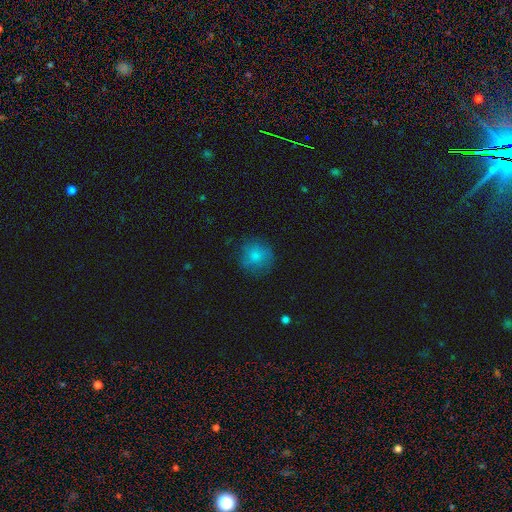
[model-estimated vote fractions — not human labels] smooth-or-featured: smooth: 79% | featured or disk: 12% | star or artifact: 9%
  how-rounded: round: 92% | in between: 7% | cigar-shaped: 1%
  merging: none: 79% | minor disturbance: 15% | major disturbance: 5% | merger: 1%